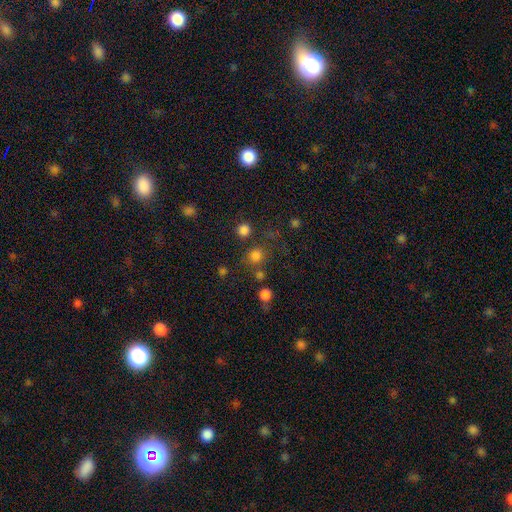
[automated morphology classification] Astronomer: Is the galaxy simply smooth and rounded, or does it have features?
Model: smooth — 76%.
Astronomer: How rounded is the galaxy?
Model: round — 88%.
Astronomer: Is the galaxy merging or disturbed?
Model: none — 71%.